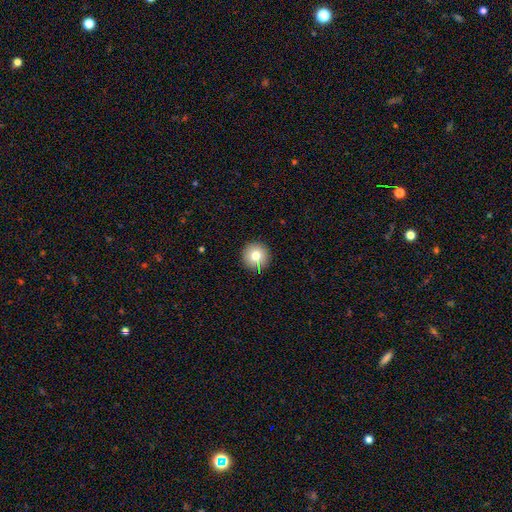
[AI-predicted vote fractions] This appears to be a smooth galaxy with no disk features (78%) that is round (96%). Merging: none (91%).